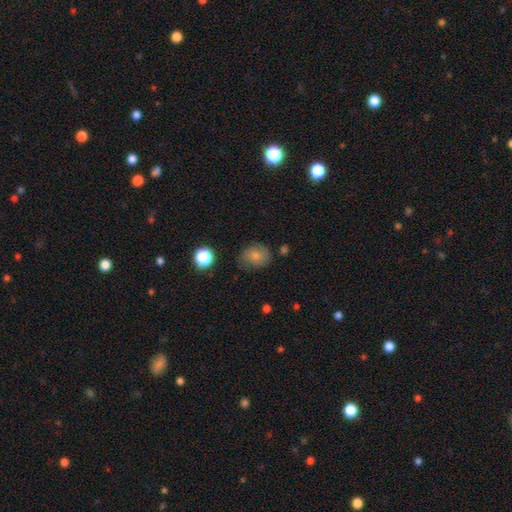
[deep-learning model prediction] smooth 76%, featured or disk 13%, star or artifact 11%. Down the decision tree: how rounded — round (59%); merging — none (64%).